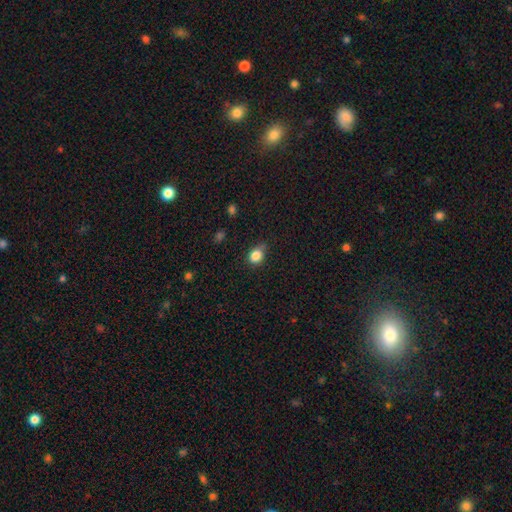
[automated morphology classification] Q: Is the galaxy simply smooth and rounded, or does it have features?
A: smooth — 84%.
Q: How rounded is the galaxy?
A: round — 53%.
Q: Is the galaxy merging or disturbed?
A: none — 61%.